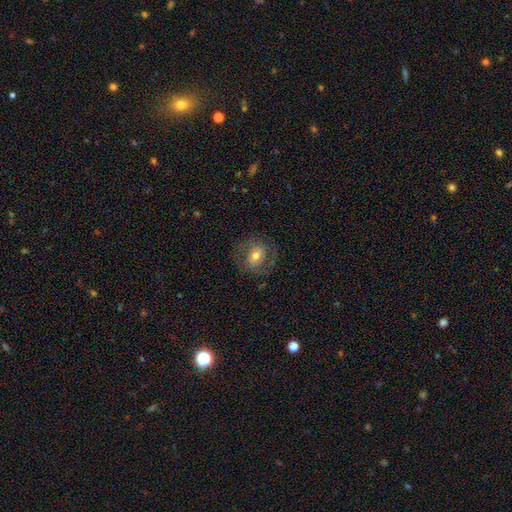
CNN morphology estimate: type=featured or disk (48%); merging=none (73%).